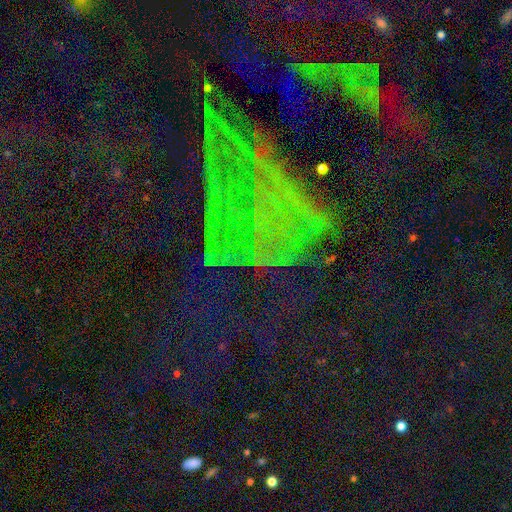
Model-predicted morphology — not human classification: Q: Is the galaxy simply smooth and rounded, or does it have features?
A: star or artifact — 76%.